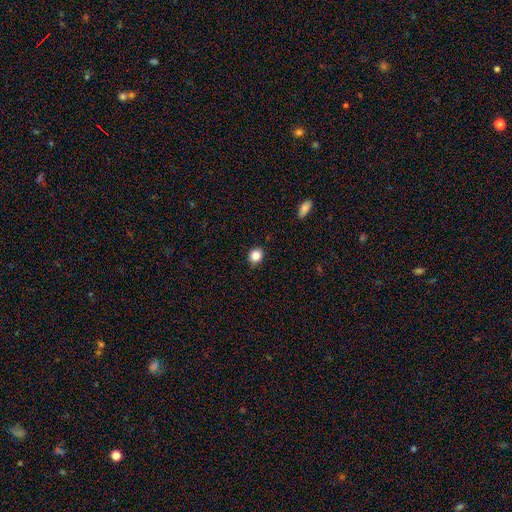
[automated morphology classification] type=smooth (85%); roundness=round (81%); merging=none (90%).